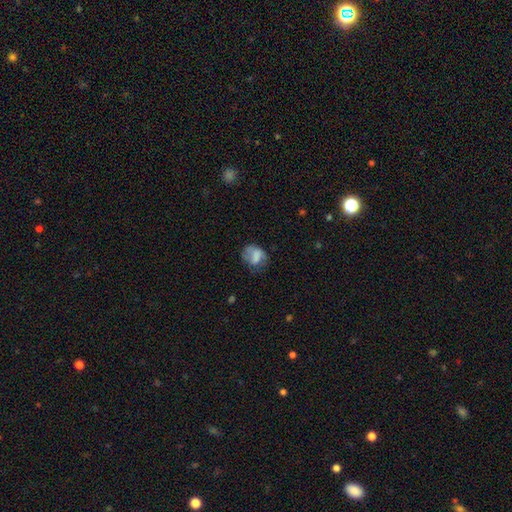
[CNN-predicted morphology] The model was most divided on "how rounded": in between: 52%, round: 47%, cigar-shaped: 1%. Remaining: smooth or featured — smooth (63%); merging — none (44%).